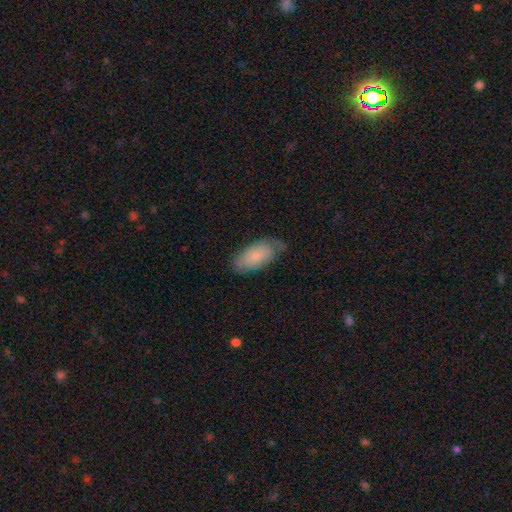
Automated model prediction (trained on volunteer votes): smooth-or-featured: smooth: 71% | featured or disk: 22% | star or artifact: 6%
  how-rounded: in between: 92% | cigar-shaped: 6% | round: 2%
  merging: none: 59% | minor disturbance: 31% | major disturbance: 8% | merger: 1%